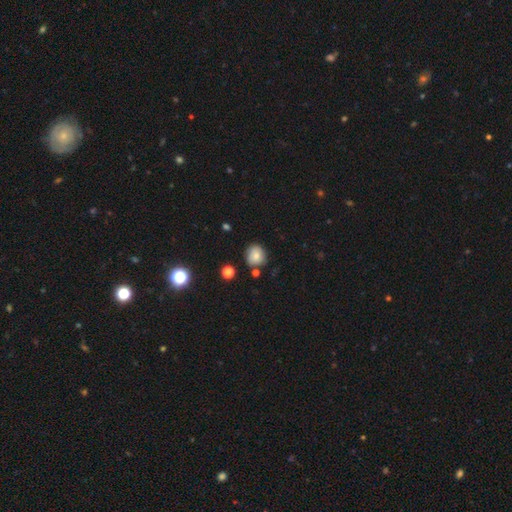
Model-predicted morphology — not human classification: type=smooth (76%); roundness=round (83%); merging=none (76%).